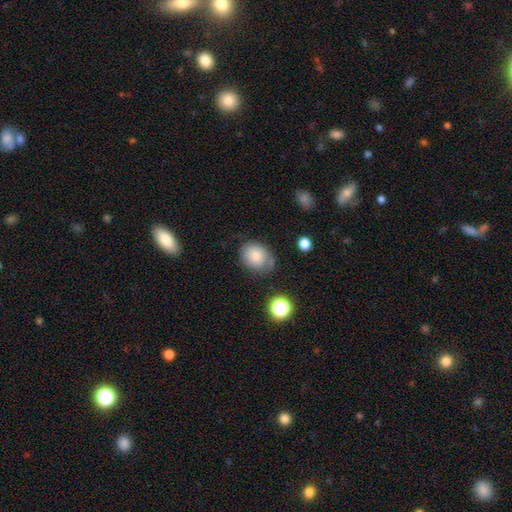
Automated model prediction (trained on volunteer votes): The model was most divided on "how rounded": in between: 57%, round: 42%, cigar-shaped: 1%. More confident: smooth or featured — smooth (75%); merging — none (59%).